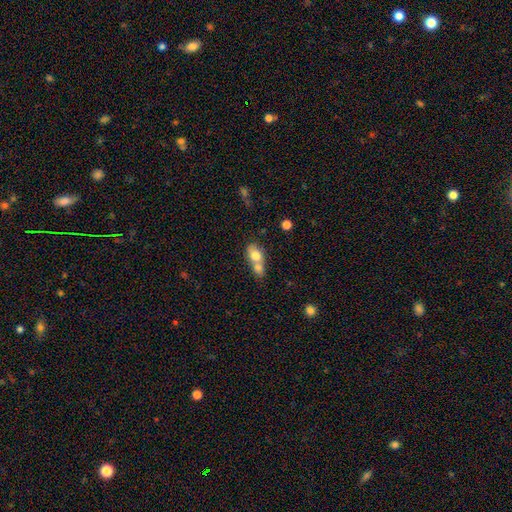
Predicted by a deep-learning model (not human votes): Smooth or featured?
  - smooth: 72% *
  - featured or disk: 20%
  - star or artifact: 8%
How rounded?
  - in between: 62% *
  - round: 34%
  - cigar-shaped: 4%
Merging?
  - merger: 71% *
  - none: 19%
  - minor disturbance: 7%
  - major disturbance: 4%